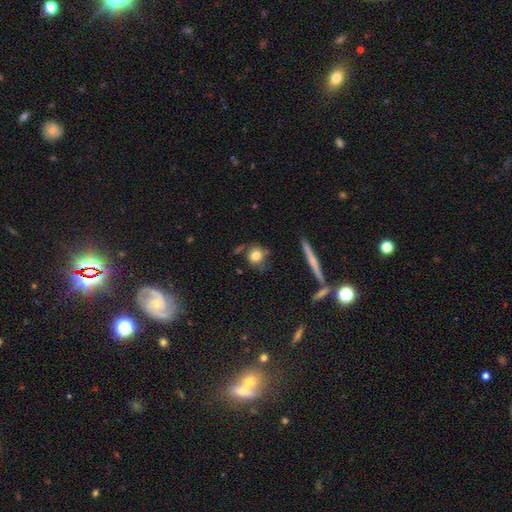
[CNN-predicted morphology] Q: Smooth or featured?
A: smooth (76%); runner-up: featured or disk (15%)
Q: How rounded?
A: round (71%); runner-up: in between (25%)
Q: Merging?
A: none (64%); runner-up: minor disturbance (21%)